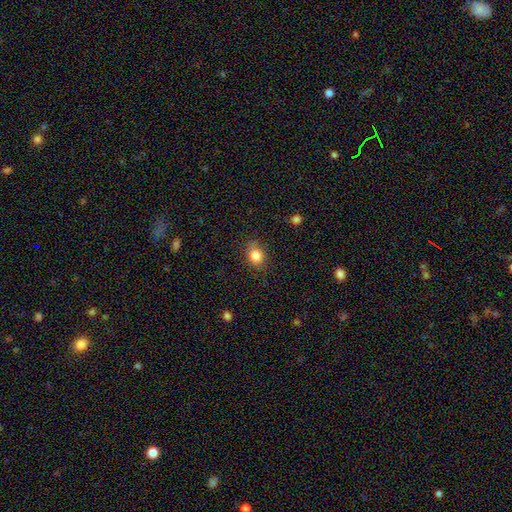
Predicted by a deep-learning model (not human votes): Q: Smooth or featured?
A: smooth (83%); runner-up: star or artifact (11%)
Q: How rounded?
A: round (59%); runner-up: in between (39%)
Q: Merging?
A: none (79%); runner-up: minor disturbance (15%)